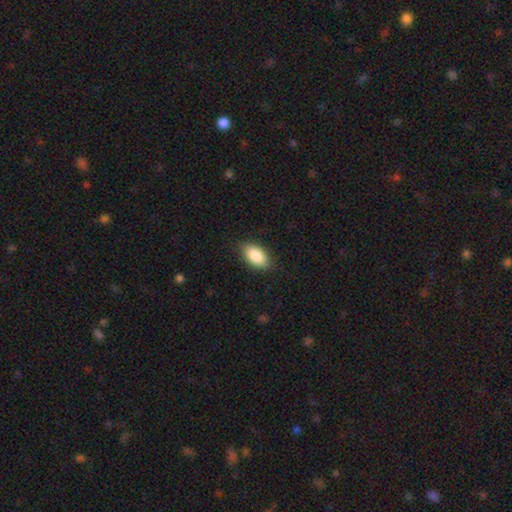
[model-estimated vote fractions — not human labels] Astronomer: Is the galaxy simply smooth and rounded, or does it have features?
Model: smooth — 87%.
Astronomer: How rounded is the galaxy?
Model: in between — 93%.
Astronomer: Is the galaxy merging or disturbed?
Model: none — 86%.